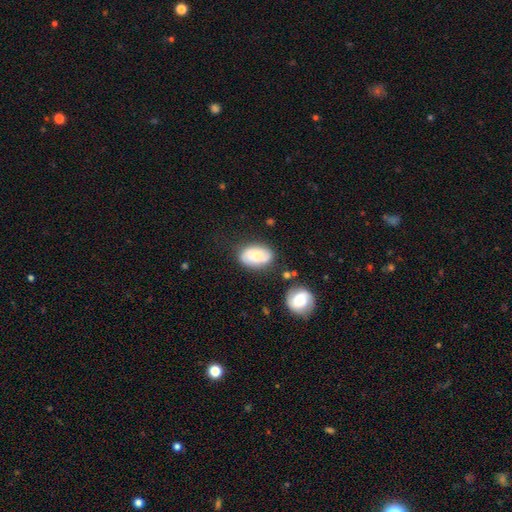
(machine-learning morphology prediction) Smooth or featured? Predicted: smooth (p=0.68). How rounded? Predicted: in between (p=0.88). Merging? Predicted: none (p=0.68).